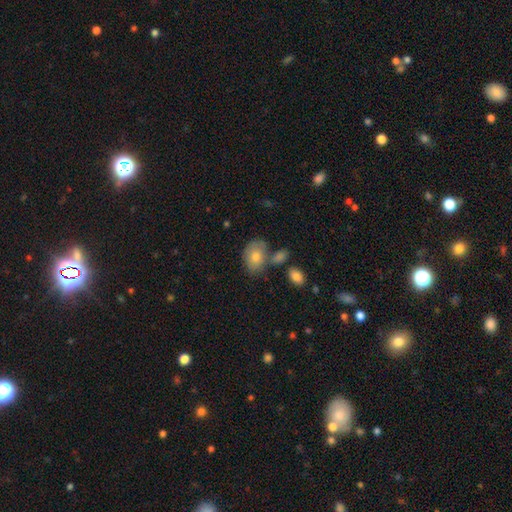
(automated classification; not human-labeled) smooth 74%, featured or disk 18%, star or artifact 8%. Down the decision tree: how rounded — in between (79%); merging — none (58%).